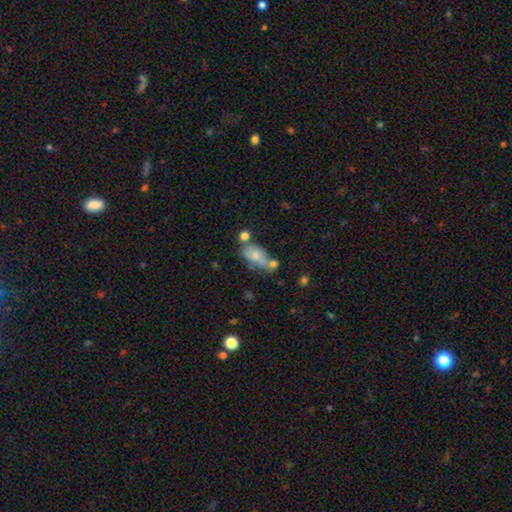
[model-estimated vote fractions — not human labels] This appears to be a smooth galaxy with no disk features (68%) that is in between round and cigar-shaped (86%). Merging: merger (35%).